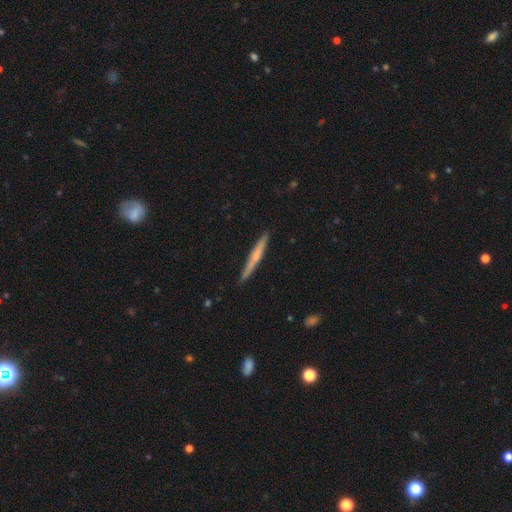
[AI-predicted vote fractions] This is possibly a featured or disk galaxy (50%). It is clearly viewed edge-on (97%). Merging: clearly none (88%).